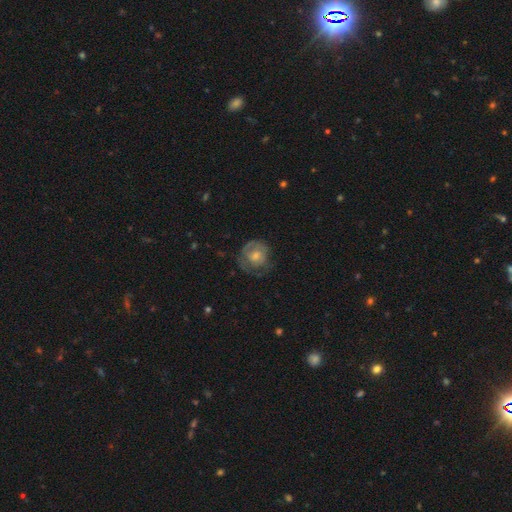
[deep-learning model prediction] A smooth galaxy with no disk features (48%).

Vote fractions:
- Smooth or featured? smooth: 48% / featured or disk: 45% / star or artifact: 8%
- Merging? none: 54% / minor disturbance: 25% / major disturbance: 20% / merger: 1%